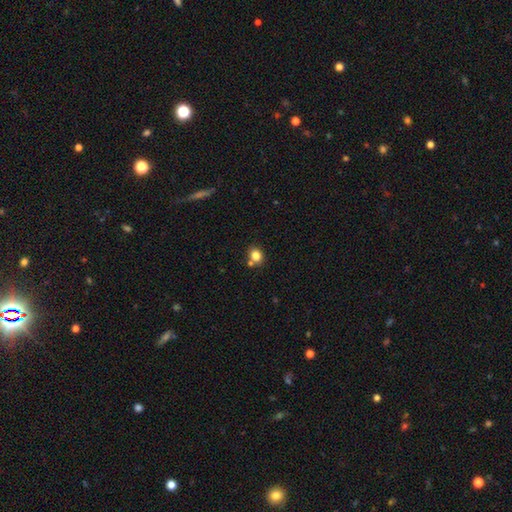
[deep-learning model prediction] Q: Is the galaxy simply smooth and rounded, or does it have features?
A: smooth — 81%.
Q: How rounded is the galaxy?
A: round — 62%.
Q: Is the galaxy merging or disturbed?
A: none — 69%.